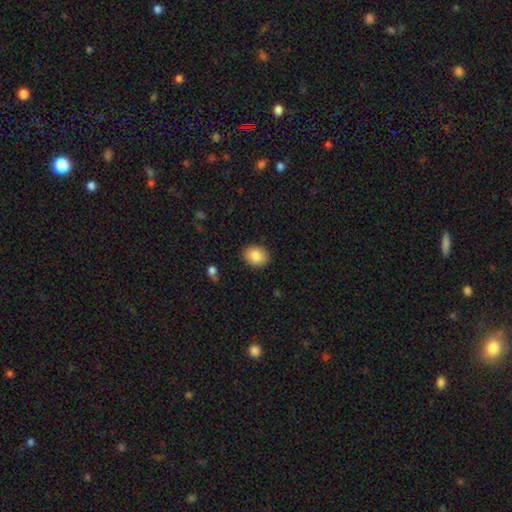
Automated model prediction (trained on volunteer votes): smooth-or-featured: smooth: 86% | star or artifact: 8% | featured or disk: 6%
  how-rounded: round: 55% | in between: 44% | cigar-shaped: 1%
  merging: none: 88% | minor disturbance: 9% | major disturbance: 2% | merger: 1%